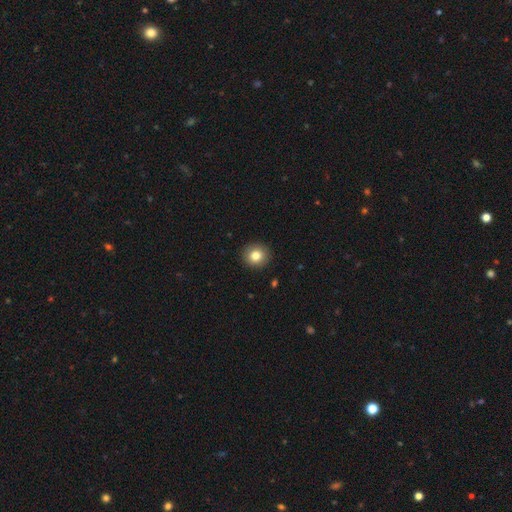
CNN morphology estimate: smooth 82%, star or artifact 10%, featured or disk 8%. Down the decision tree: how rounded — round (91%); merging — none (92%).